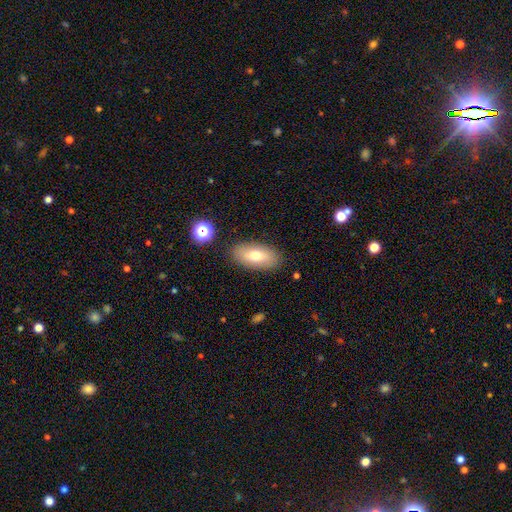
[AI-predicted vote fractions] Overall: smooth (71%). How rounded: in between (90%). Merging: none (85%).